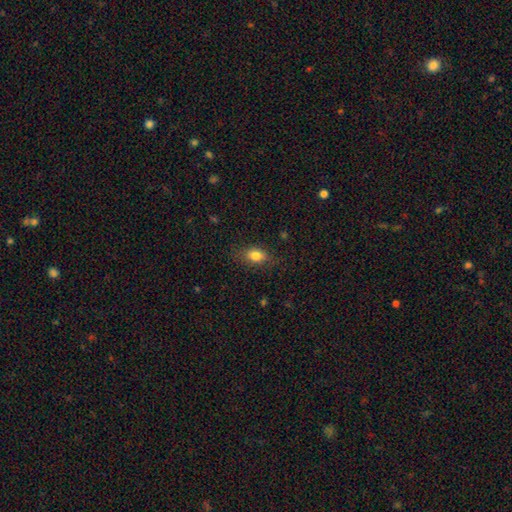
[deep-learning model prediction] smooth 81%, featured or disk 9%, star or artifact 9%. Down the decision tree: how rounded — in between (80%); merging — none (79%).